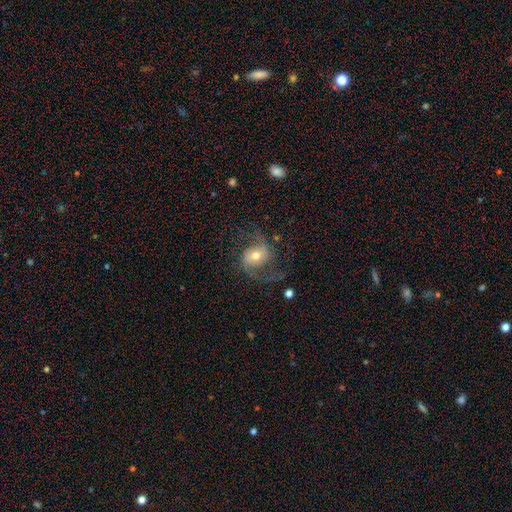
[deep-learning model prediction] This appears to be a featured or disk galaxy (77%) with no bar (60%), 2 (89%) loose (52%) spiral arms (93%) and a moderate central bulge (69%). Merging: none (61%).